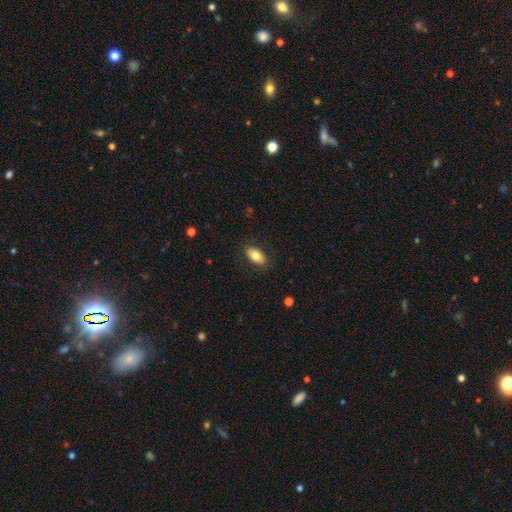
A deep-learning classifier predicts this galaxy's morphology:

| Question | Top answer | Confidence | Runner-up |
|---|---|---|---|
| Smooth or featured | smooth | 77% | featured or disk (16%) |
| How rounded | in between | 91% | cigar-shaped (5%) |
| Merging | none | 87% | minor disturbance (10%) |